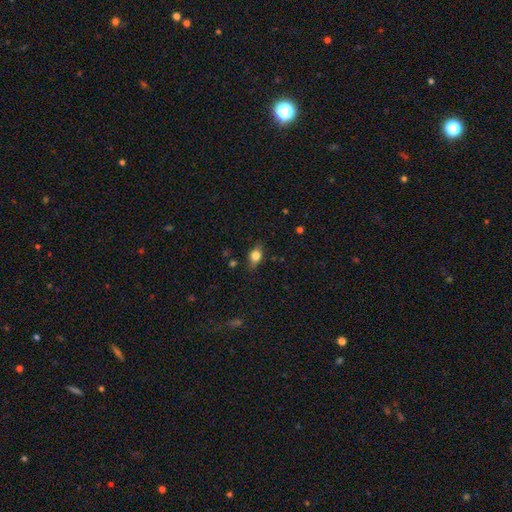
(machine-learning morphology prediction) The model was most divided on "how rounded": in between: 76%, round: 19%, cigar-shaped: 5%. More confident: merging — none (79%); smooth or featured — smooth (77%).